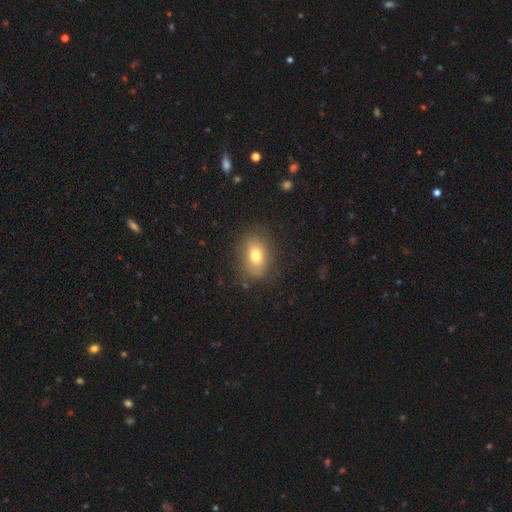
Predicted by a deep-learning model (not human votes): This is likely a smooth galaxy (75%). How rounded: likely in between (73%). Merging: clearly none (81%).